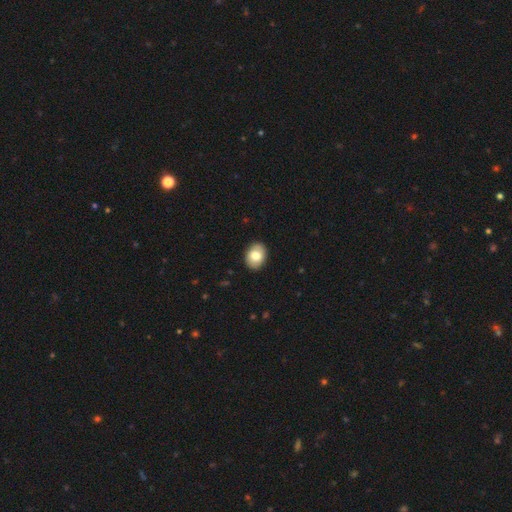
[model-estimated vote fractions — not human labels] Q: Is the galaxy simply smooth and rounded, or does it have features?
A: smooth — 77%.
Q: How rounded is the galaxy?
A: in between — 71%.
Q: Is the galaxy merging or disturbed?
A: none — 88%.